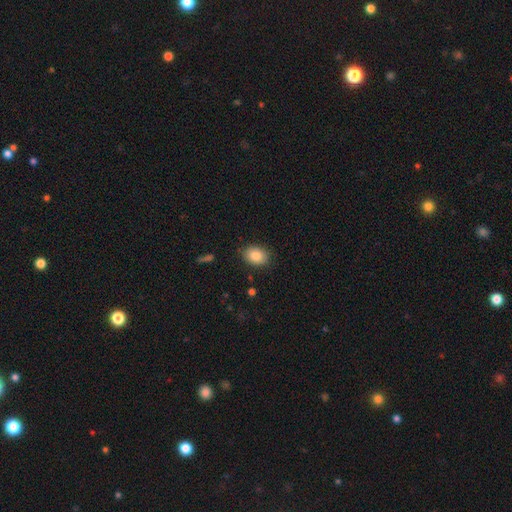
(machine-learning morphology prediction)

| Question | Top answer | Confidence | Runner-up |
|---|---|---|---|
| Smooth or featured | smooth | 86% | star or artifact (8%) |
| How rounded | in between | 74% | round (25%) |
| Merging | none | 84% | minor disturbance (12%) |